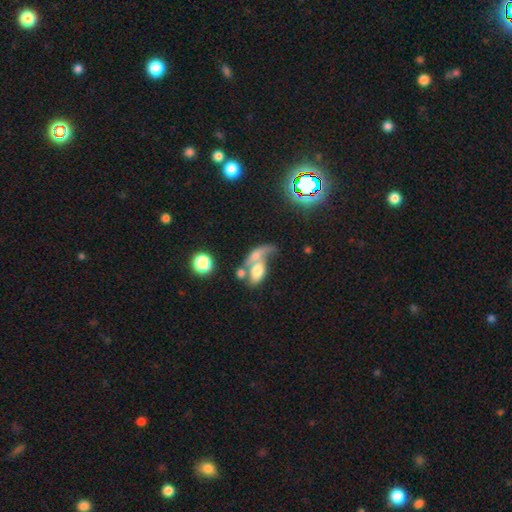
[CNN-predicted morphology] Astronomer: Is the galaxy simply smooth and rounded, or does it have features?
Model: smooth — 53% (runner-up: featured or disk, 34%).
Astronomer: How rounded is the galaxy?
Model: in between — 73%.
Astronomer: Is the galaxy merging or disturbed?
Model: merger — 59%.